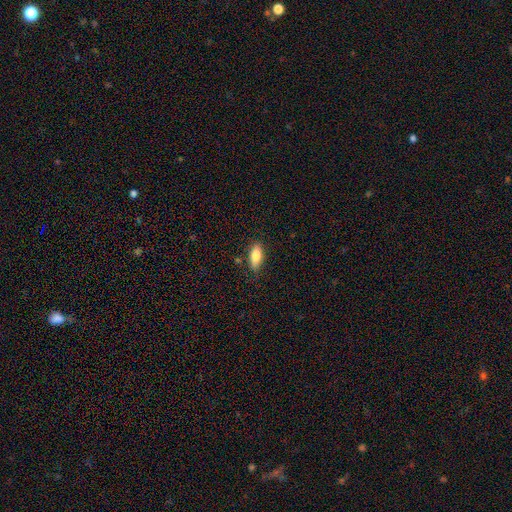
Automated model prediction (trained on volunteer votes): This appears to be a smooth galaxy with no disk features (81%) that is in between round and cigar-shaped (78%). Merging: none (81%).